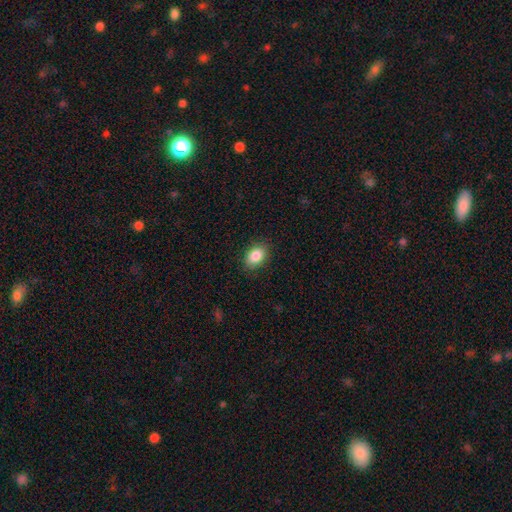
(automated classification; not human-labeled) smooth 86%, star or artifact 8%, featured or disk 6%. Down the decision tree: how rounded — in between (81%); merging — none (88%).